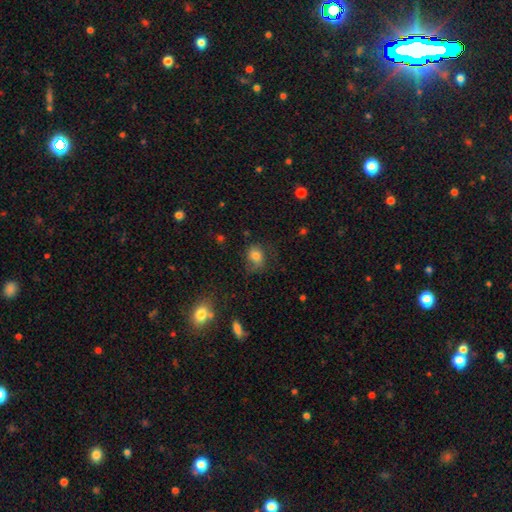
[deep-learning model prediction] Morphology: type=smooth (76%); roundness=round (50%); merging=none (56%).